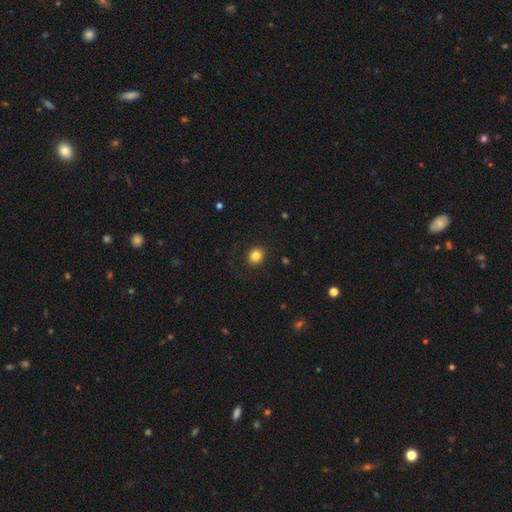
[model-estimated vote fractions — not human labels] smooth 84%, star or artifact 11%, featured or disk 6%. Down the decision tree: how rounded — round (77%); merging — none (90%).